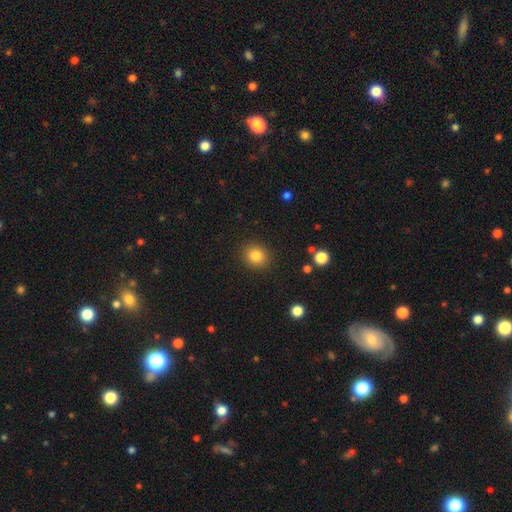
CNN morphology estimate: smooth-or-featured: smooth: 83% | star or artifact: 11% | featured or disk: 6%
  how-rounded: round: 81% | in between: 18% | cigar-shaped: 1%
  merging: none: 90% | minor disturbance: 6% | major disturbance: 2% | merger: 1%